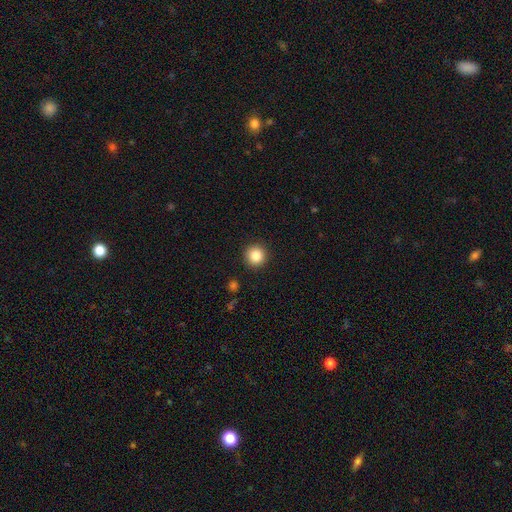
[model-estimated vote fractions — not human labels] Overall: smooth (86%). How rounded: round (95%). Merging: none (92%).